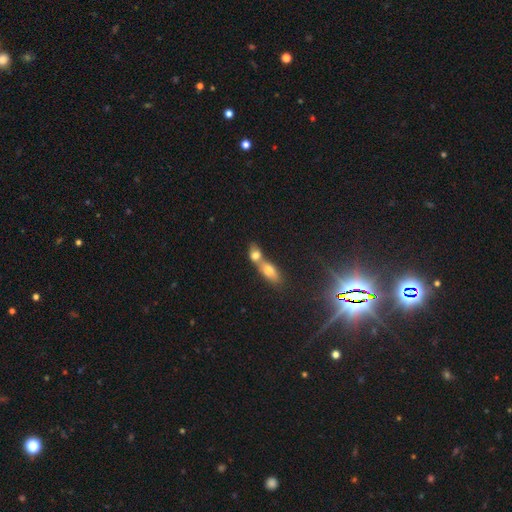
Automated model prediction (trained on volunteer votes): A smooth galaxy with no disk features (72%) that is in between round and cigar-shaped (68%). Merging: merger (75%).